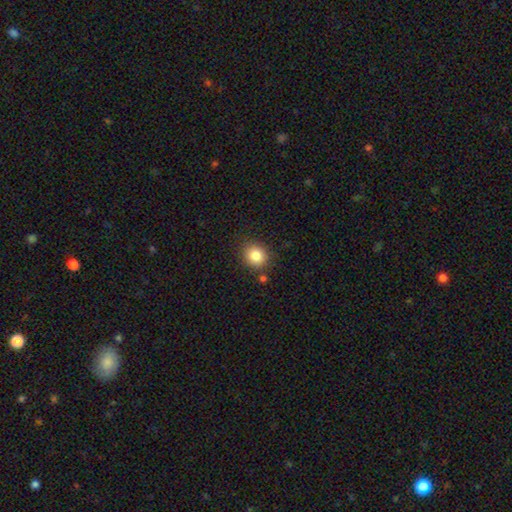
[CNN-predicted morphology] smooth-or-featured: smooth: 85% | star or artifact: 10% | featured or disk: 5%
  how-rounded: round: 76% | in between: 23% | cigar-shaped: 1%
  merging: none: 84% | minor disturbance: 10% | merger: 4% | major disturbance: 3%